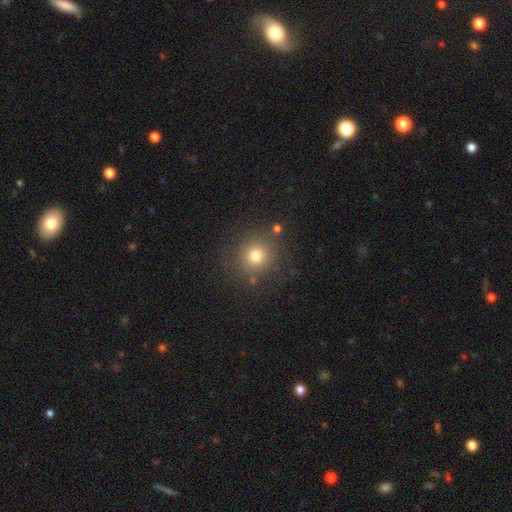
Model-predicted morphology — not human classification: Q: Smooth or featured?
A: smooth (76%); runner-up: star or artifact (15%)
Q: How rounded?
A: round (89%); runner-up: in between (10%)
Q: Merging?
A: none (82%); runner-up: minor disturbance (10%)